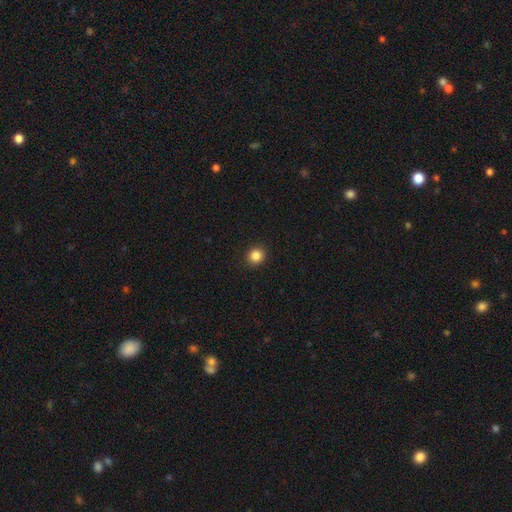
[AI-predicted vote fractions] The model was most divided on "smooth or featured": smooth: 85%, star or artifact: 11%, featured or disk: 4%. More confident: merging — none (92%); how rounded — round (88%).